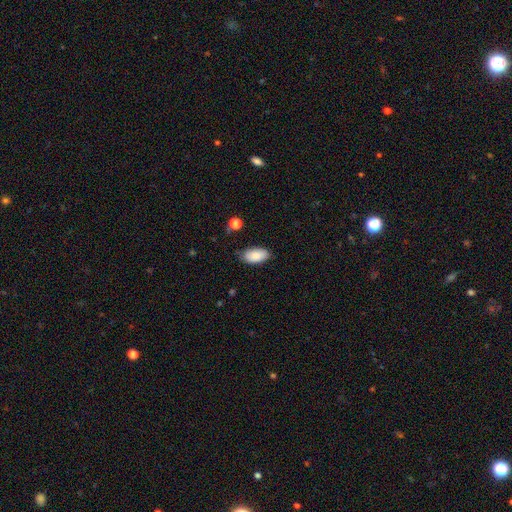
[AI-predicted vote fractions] Morphology: type=smooth (88%); roundness=in between (94%); merging=none (79%).